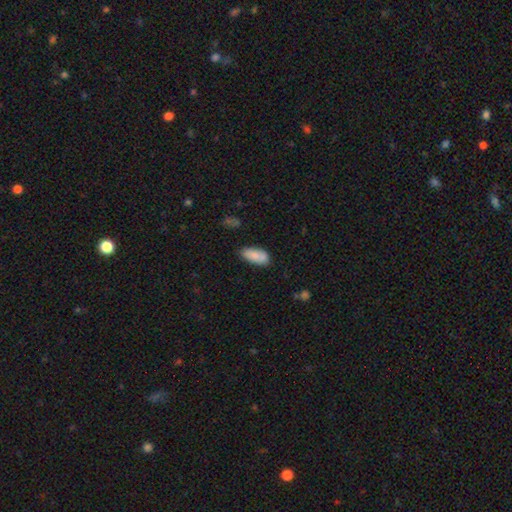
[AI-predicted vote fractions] This appears to be a smooth galaxy with no disk features (85%) that is in between round and cigar-shaped (88%). Merging: none (69%).